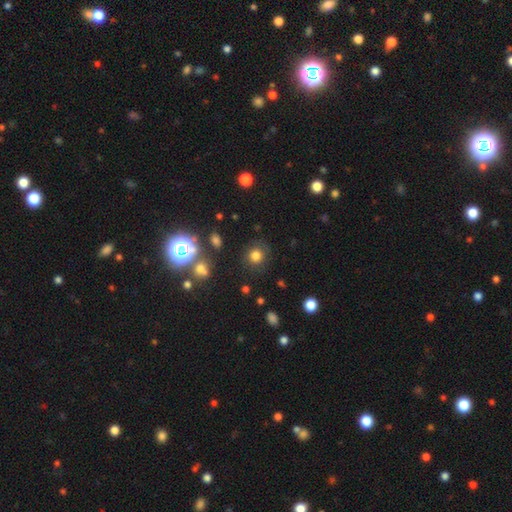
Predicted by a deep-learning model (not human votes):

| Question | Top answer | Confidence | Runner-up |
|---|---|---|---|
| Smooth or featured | smooth | 74% | star or artifact (19%) |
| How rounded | round | 88% | in between (11%) |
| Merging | none | 82% | minor disturbance (10%) |